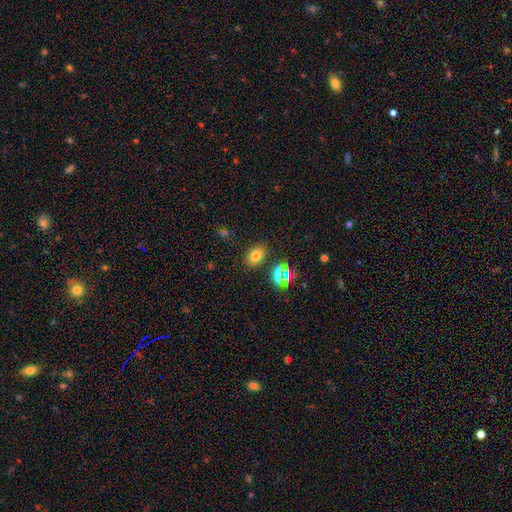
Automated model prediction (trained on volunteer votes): Overall: smooth (73%). How rounded: in between (80%). Merging: none (84%).